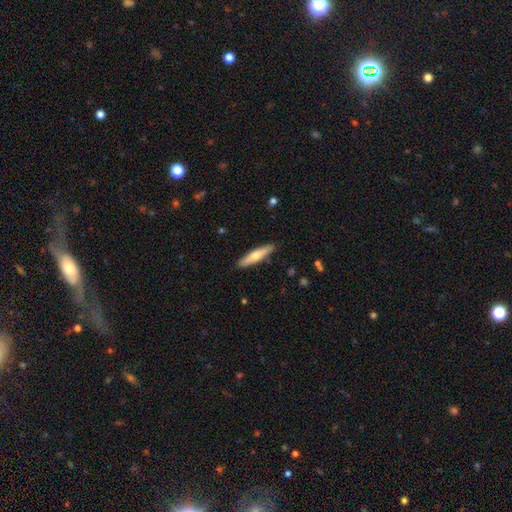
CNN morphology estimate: This appears to be a smooth galaxy with no disk features (54%) that is cigar-shaped (83%). Merging: none (89%).